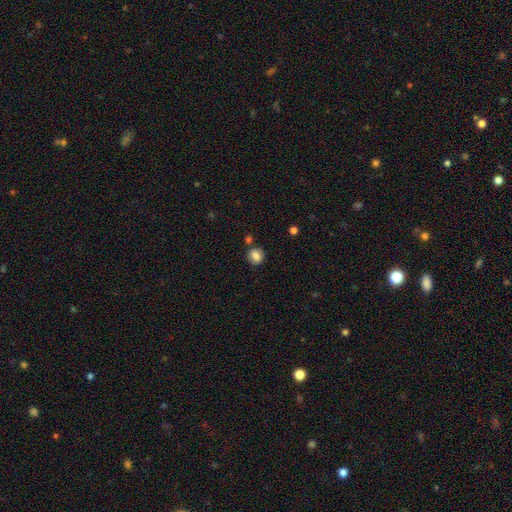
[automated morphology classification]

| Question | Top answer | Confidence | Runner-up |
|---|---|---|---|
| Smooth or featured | smooth | 83% | star or artifact (9%) |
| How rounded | round | 76% | in between (23%) |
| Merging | none | 77% | minor disturbance (11%) |